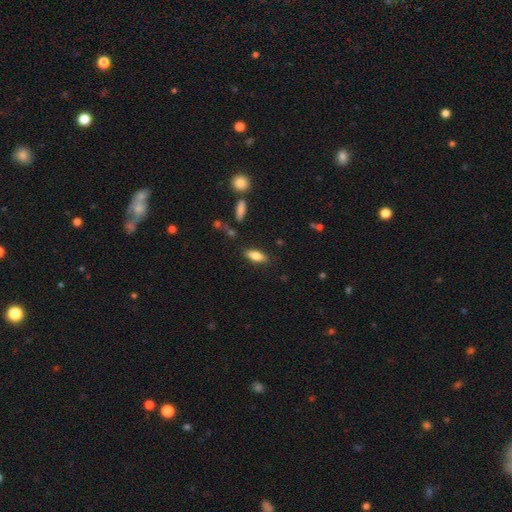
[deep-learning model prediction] This appears to be a smooth galaxy with no disk features (81%) that is in between round and cigar-shaped (76%). Merging: none (84%).